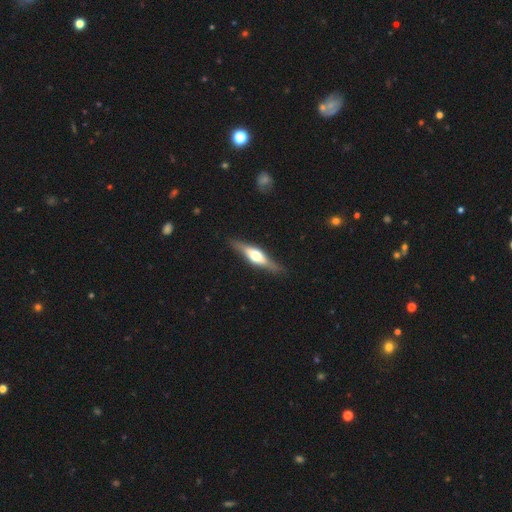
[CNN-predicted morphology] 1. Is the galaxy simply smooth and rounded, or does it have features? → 67% featured or disk, 27% smooth, 5% star or artifact.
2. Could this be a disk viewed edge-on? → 95% yes, 5% no.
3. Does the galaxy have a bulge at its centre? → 89% rounded, 9% boxy, 2% none.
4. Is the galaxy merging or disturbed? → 86% none, 11% minor disturbance, 3% major disturbance, 1% merger.